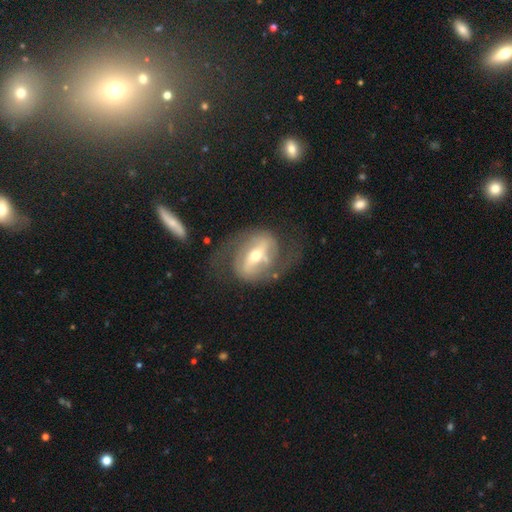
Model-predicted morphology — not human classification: A featured or disk galaxy (83%) with a strong bar (61%), 2 (86%) medium (47%) spiral arms (84%) and a moderate central bulge (58%). Merging: none (64%).